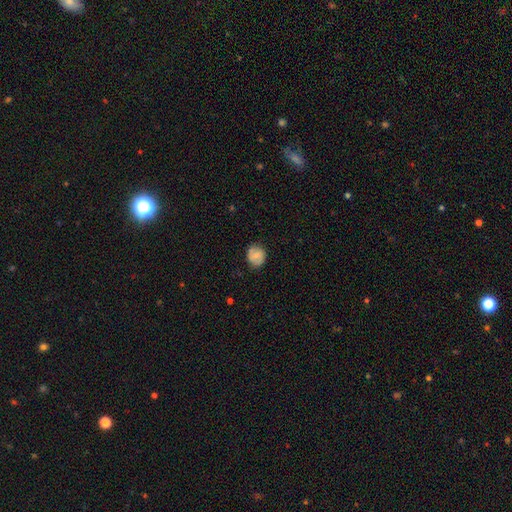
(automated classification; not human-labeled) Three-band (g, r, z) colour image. It shows a smooth galaxy with no disk features (63%) that is round (74%). Merging: none (74%).